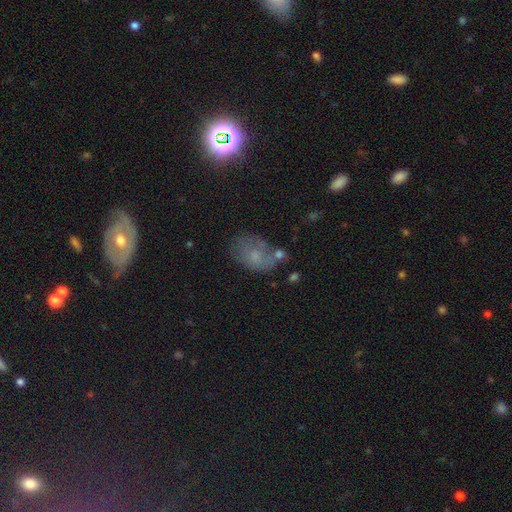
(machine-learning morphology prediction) Smooth or featured? smooth (53%)
How rounded? in between (78%)
Merging? none (45%)